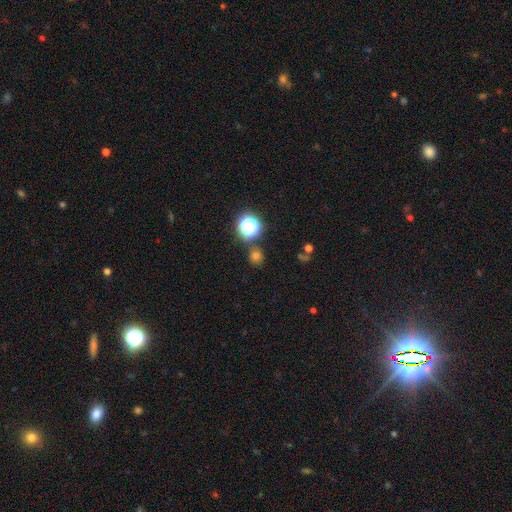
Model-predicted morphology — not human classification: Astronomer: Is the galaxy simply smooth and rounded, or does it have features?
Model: smooth — 64%.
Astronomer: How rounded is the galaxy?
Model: round — 89%.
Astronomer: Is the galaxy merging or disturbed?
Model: none — 82%.